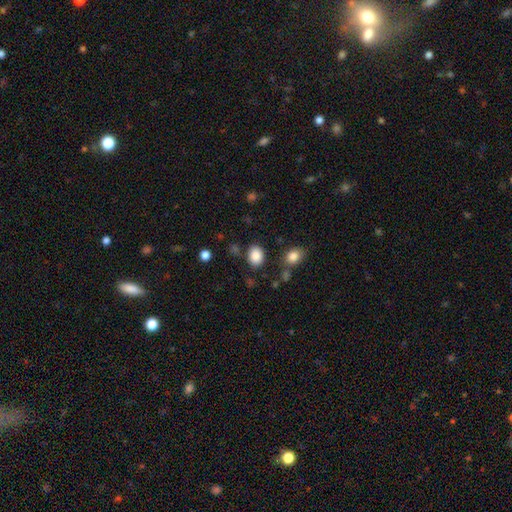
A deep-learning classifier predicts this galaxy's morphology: A smooth galaxy with no disk features (87%) that is in between round and cigar-shaped (59%). Merging: none (82%).